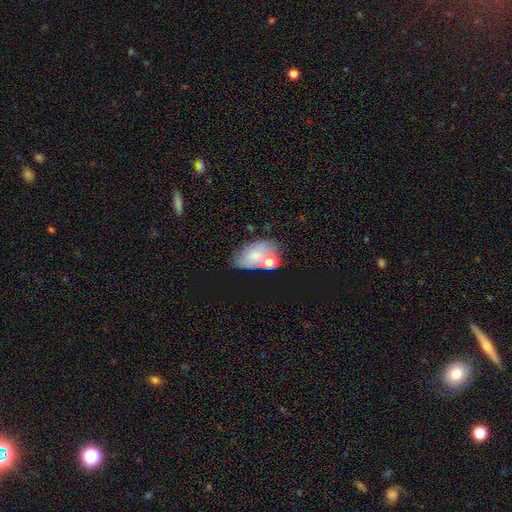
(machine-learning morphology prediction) A smooth galaxy with no disk features (56%) that is in between round and cigar-shaped (86%). Merging: none (49%).